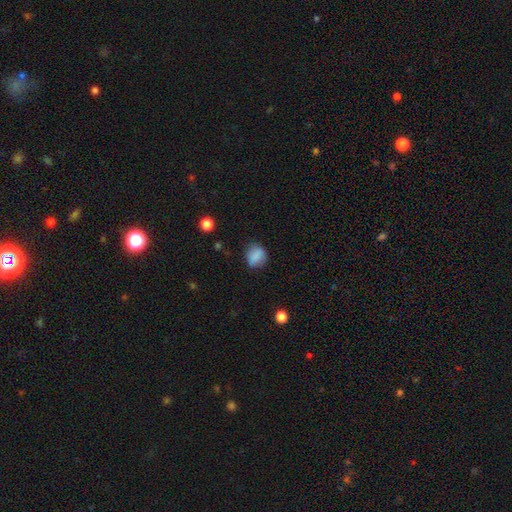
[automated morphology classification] type=smooth (83%); roundness=round (58%); merging=none (72%).